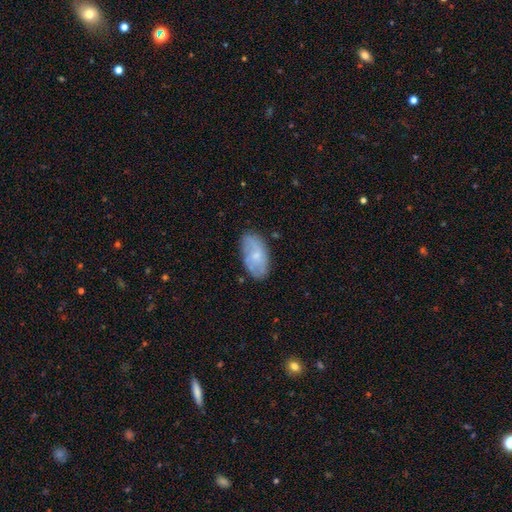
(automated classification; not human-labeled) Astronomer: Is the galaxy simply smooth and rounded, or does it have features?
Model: smooth — 49% (runner-up: featured or disk, 45%).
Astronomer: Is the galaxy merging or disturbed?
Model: none — 72%.